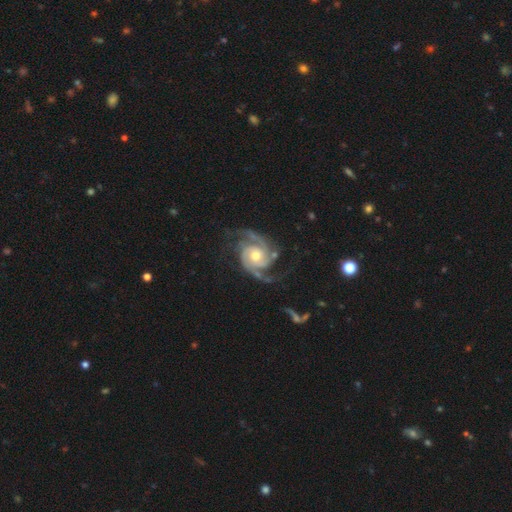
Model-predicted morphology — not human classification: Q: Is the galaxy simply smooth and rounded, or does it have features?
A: featured or disk — 94%.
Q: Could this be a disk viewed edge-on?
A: no — 98%.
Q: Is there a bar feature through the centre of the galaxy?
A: no — 70%.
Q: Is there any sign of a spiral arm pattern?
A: yes — 99%.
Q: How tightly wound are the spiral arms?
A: medium — 48%.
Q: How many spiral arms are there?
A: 2 — 63%.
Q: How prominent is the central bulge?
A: moderate — 65%.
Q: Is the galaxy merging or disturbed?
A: none — 69%.